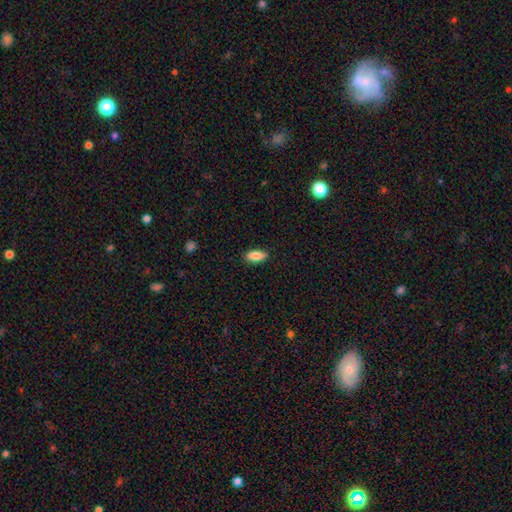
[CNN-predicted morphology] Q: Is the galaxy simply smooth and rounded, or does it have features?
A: smooth — 85%.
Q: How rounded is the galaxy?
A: in between — 87%.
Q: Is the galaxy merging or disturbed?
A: none — 88%.